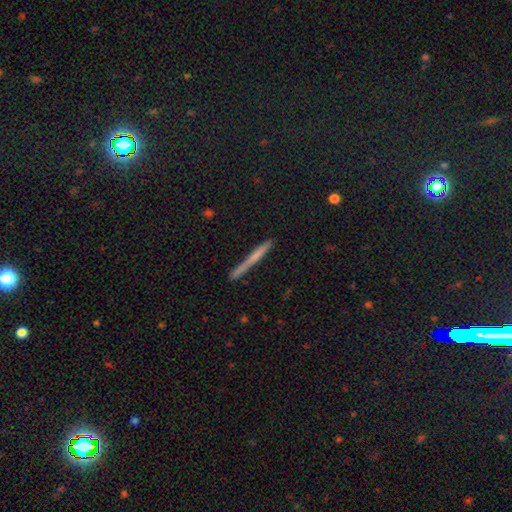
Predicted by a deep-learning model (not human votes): This is likely a smooth galaxy (61%). How rounded: clearly cigar-shaped (97%). Merging: clearly none (83%).